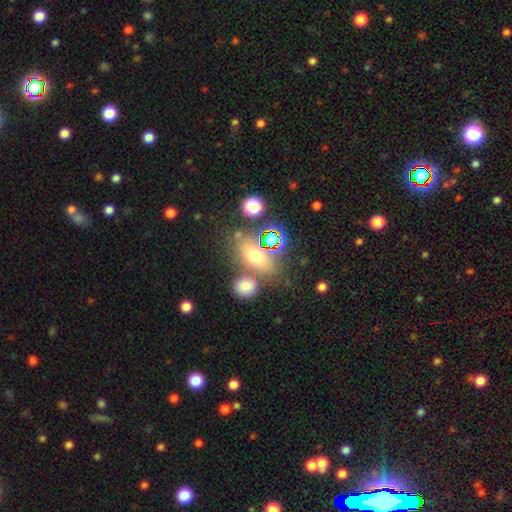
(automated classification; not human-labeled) This appears to be a smooth galaxy with no disk features (59%) that is in between round and cigar-shaped (67%). Merging: none (61%).